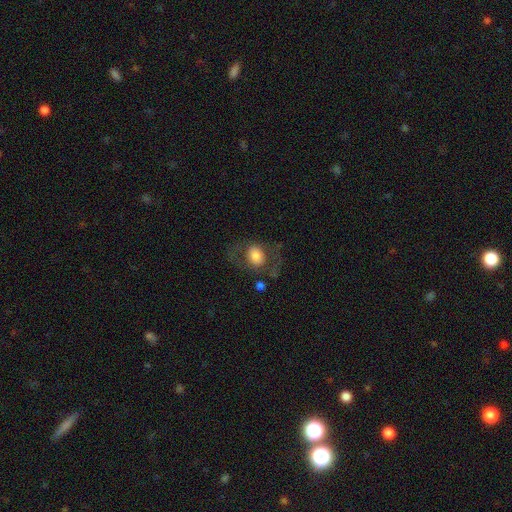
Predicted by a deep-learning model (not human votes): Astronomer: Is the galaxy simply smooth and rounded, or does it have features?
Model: smooth — 63%.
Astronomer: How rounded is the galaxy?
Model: round — 52% (runner-up: in between, 47%).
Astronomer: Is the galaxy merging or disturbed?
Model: none — 61%.